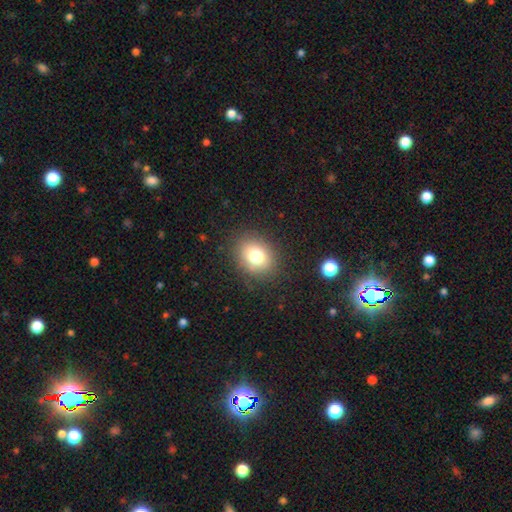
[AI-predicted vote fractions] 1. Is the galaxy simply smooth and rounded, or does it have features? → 76% smooth, 12% star or artifact, 11% featured or disk.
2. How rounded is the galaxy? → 51% round, 48% in between, 1% cigar-shaped.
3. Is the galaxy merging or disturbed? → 84% none, 11% minor disturbance, 4% major disturbance, 1% merger.